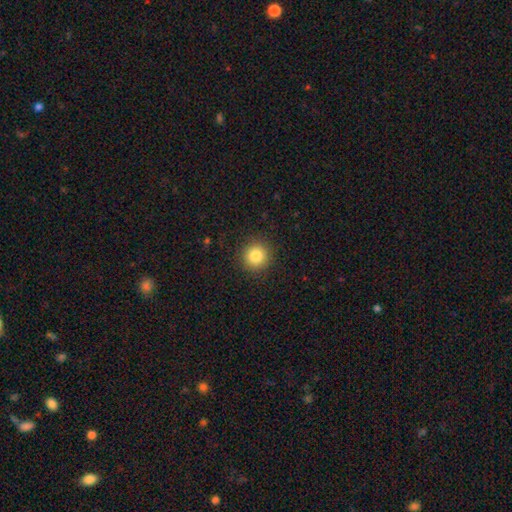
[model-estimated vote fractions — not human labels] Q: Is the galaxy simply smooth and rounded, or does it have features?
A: smooth — 84%.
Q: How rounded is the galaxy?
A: round — 94%.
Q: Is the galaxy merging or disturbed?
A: none — 91%.